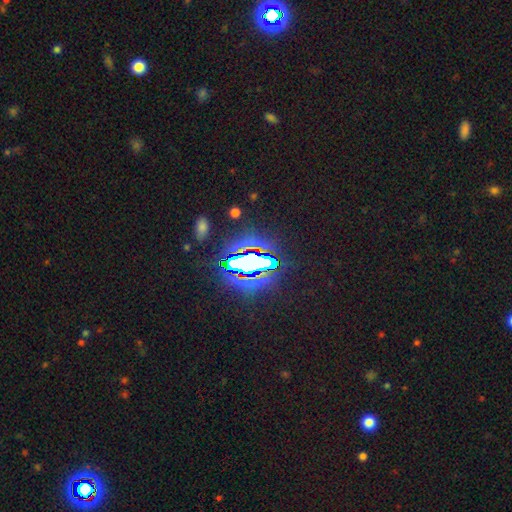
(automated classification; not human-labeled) star or artifact 67%, smooth 18%, featured or disk 15%.